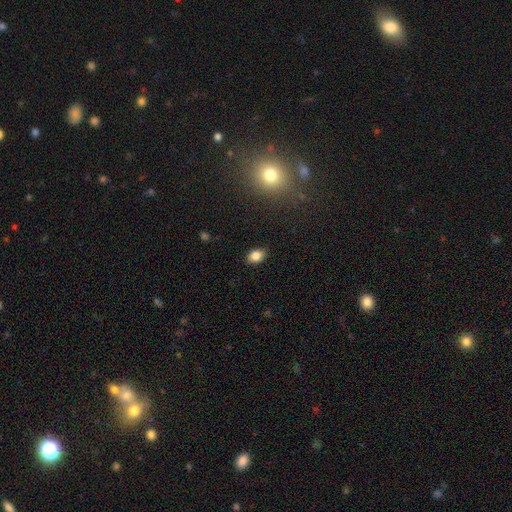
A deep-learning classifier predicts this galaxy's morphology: Smooth or featured: smooth — 84% (star or artifact — 10%)
How rounded: in between — 77% (round — 22%)
Merging: none — 87% (minor disturbance — 9%)